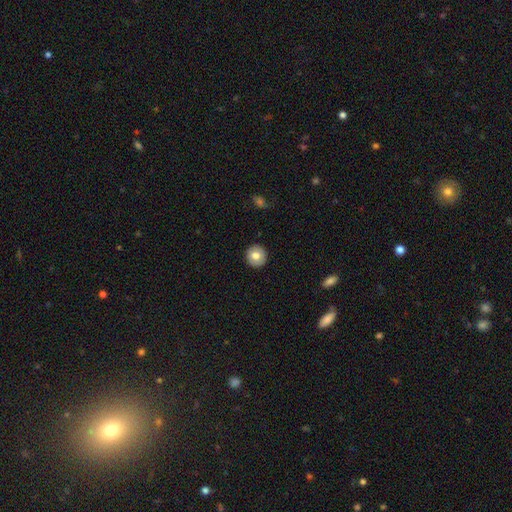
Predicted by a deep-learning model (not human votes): smooth-or-featured: smooth: 74% | featured or disk: 18% | star or artifact: 8%
  how-rounded: round: 92% | in between: 7% | cigar-shaped: 1%
  merging: none: 91% | minor disturbance: 6% | major disturbance: 2% | merger: 1%